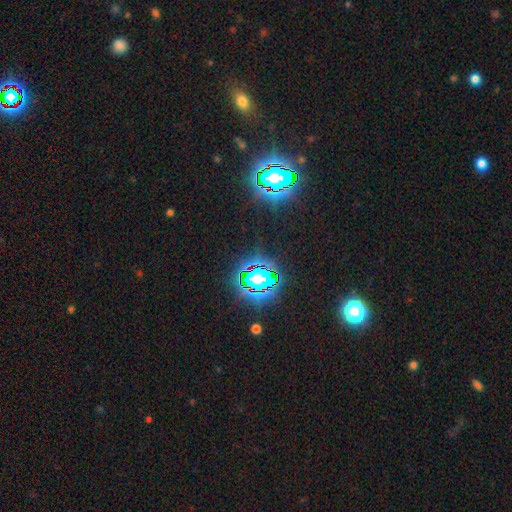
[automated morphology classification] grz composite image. It shows a star or artifact, not a galaxy (83%).